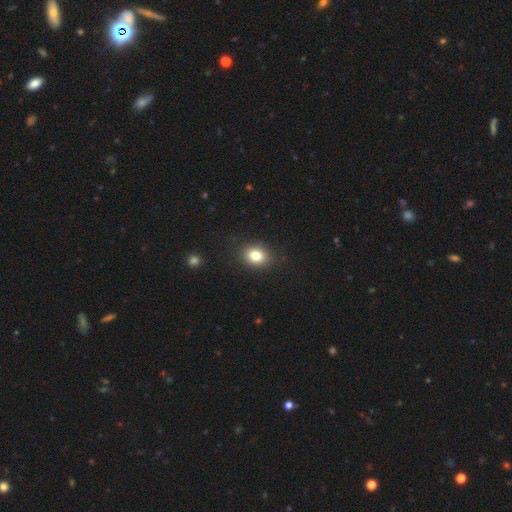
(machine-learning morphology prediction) smooth 81%, star or artifact 11%, featured or disk 8%. Down the decision tree: how rounded — in between (54%); merging — none (88%).